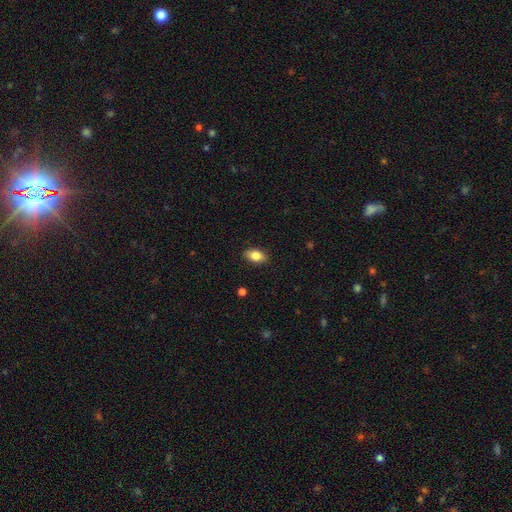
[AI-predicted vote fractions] Q: Smooth or featured?
A: smooth (83%); runner-up: featured or disk (9%)
Q: How rounded?
A: in between (88%); runner-up: round (8%)
Q: Merging?
A: none (88%); runner-up: minor disturbance (9%)